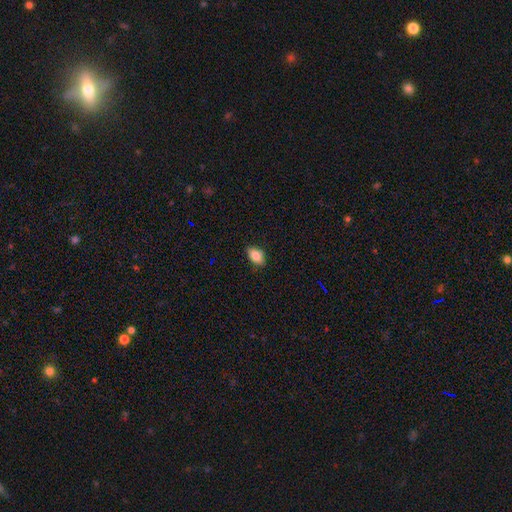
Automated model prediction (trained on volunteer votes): Overall: smooth (84%). How rounded: in between (89%). Merging: none (85%).